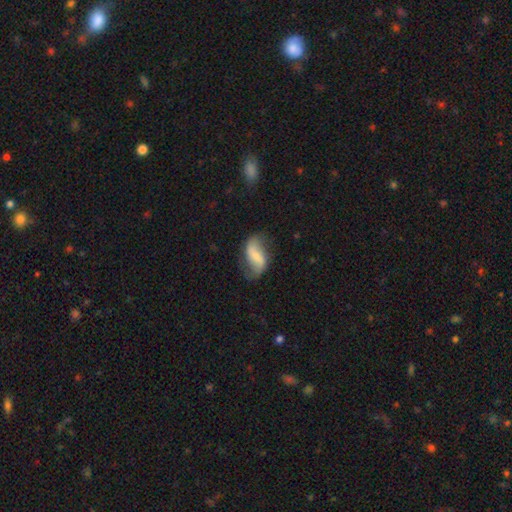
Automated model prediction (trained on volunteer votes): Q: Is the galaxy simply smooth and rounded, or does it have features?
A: featured or disk — 64%.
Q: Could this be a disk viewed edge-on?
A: no — 95%.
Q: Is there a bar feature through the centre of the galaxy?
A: strong — 40%.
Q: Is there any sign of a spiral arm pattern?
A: yes — 89%.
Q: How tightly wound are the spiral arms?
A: loose — 77%.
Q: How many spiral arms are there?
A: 2 — 88%.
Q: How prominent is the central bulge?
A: none — 38%.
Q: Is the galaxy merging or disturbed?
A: none — 62%.